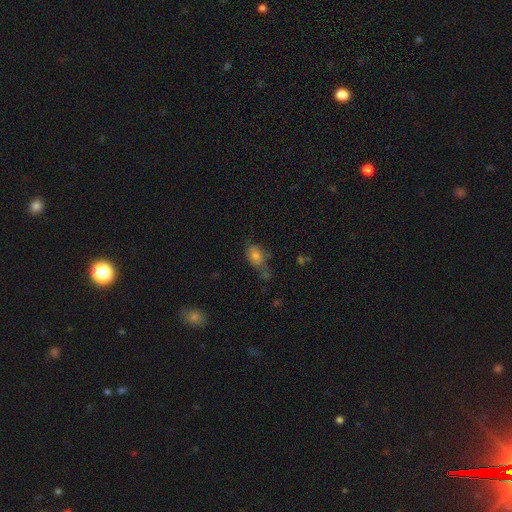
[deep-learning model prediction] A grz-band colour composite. It shows a smooth galaxy with no disk features (67%) that is in between round and cigar-shaped (71%). Merging: none (43%).